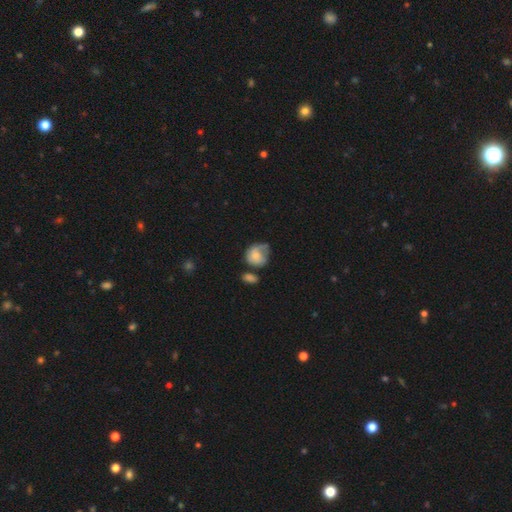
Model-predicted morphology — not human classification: smooth-or-featured: smooth: 65% | featured or disk: 27% | star or artifact: 8%
  how-rounded: round: 68% | in between: 31% | cigar-shaped: 1%
  merging: none: 35% | minor disturbance: 32% | major disturbance: 21% | merger: 12%